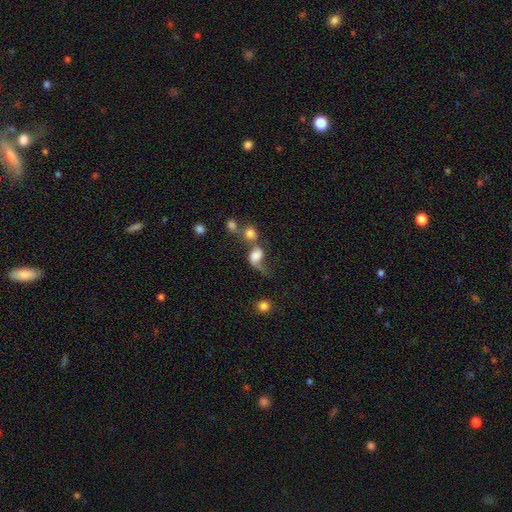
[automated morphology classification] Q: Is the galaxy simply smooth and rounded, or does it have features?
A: smooth — 56%.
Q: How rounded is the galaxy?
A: in between — 60%.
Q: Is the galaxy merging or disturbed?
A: merger — 39%.